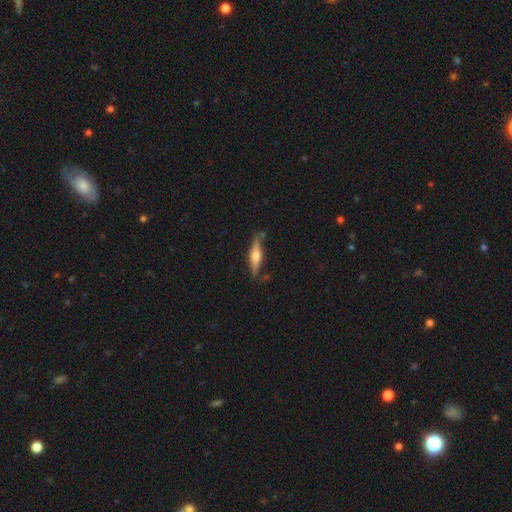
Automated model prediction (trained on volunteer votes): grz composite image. It shows a featured or disk galaxy (65%) viewed edge-on (96%) with a rounded central bulge (88%). Merging: none (79%).